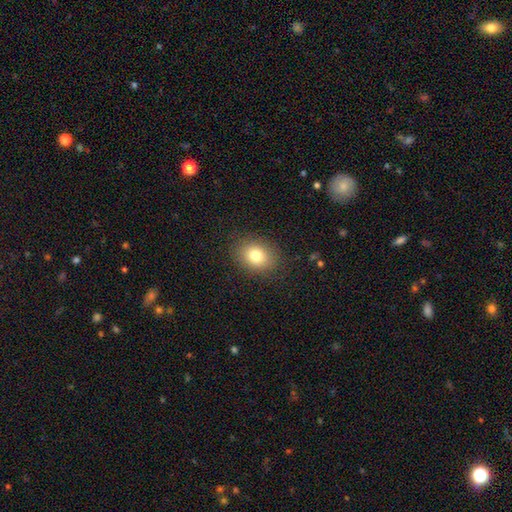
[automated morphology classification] Smooth or featured?
  - smooth: 79% *
  - star or artifact: 11%
  - featured or disk: 10%
How rounded?
  - in between: 54% *
  - round: 45%
  - cigar-shaped: 1%
Merging?
  - none: 86% *
  - minor disturbance: 9%
  - major disturbance: 3%
  - merger: 1%